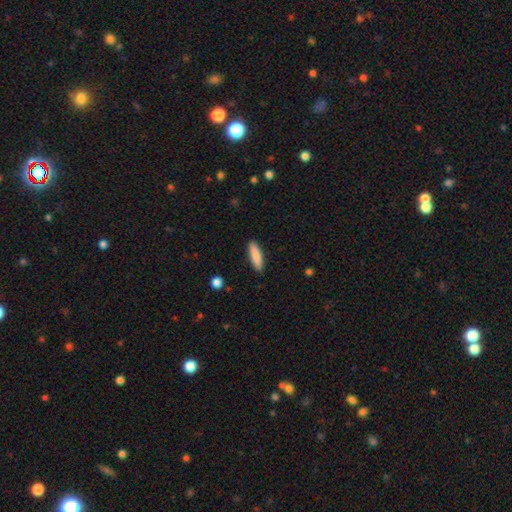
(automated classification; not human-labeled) The model was most divided on "how rounded": cigar-shaped: 70%, in between: 28%, round: 1%. More confident: merging — none (89%); smooth or featured — smooth (86%).